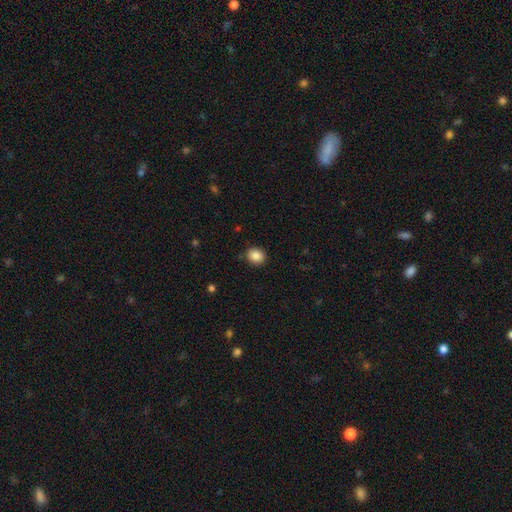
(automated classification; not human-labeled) A smooth galaxy with no disk features (86%) that is round (71%).

Vote fractions:
- Smooth or featured? smooth: 86% / star or artifact: 9% / featured or disk: 5%
- How rounded? round: 71% / in between: 29% / cigar-shaped: 1%
- Merging? none: 87% / minor disturbance: 9% / major disturbance: 2% / merger: 2%